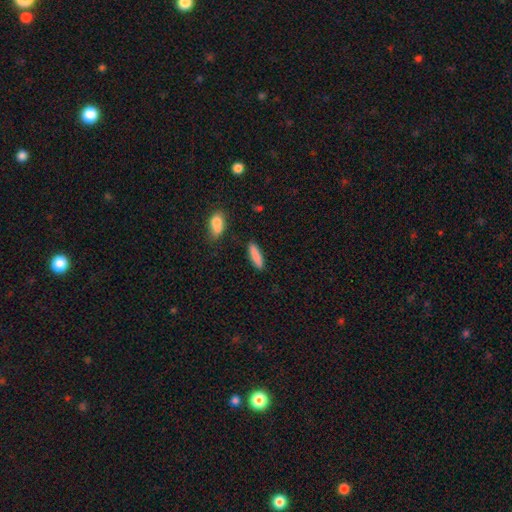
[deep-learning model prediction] A smooth galaxy with no disk features (86%) that is cigar-shaped (68%). Merging: none (86%).